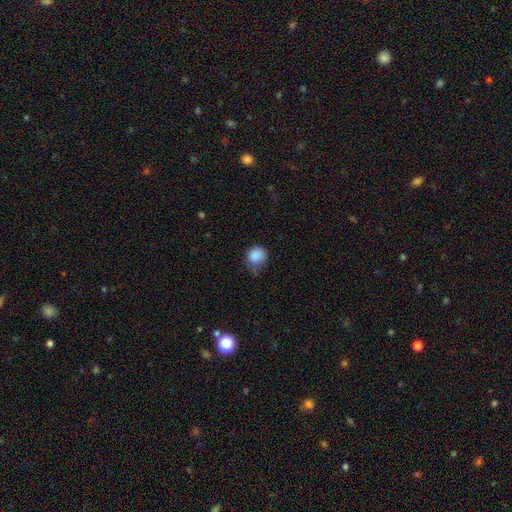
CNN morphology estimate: A smooth galaxy with no disk features (87%) that is round (83%).

Vote fractions:
- Smooth or featured? smooth: 87% / star or artifact: 9% / featured or disk: 4%
- How rounded? round: 83% / in between: 16% / cigar-shaped: 1%
- Merging? none: 50% / minor disturbance: 37% / major disturbance: 11% / merger: 2%